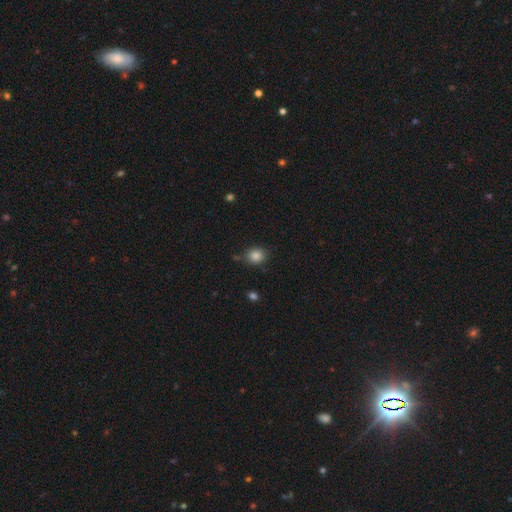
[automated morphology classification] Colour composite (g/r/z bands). It shows a smooth galaxy with no disk features (85%) that is round (71%). Merging: none (75%).